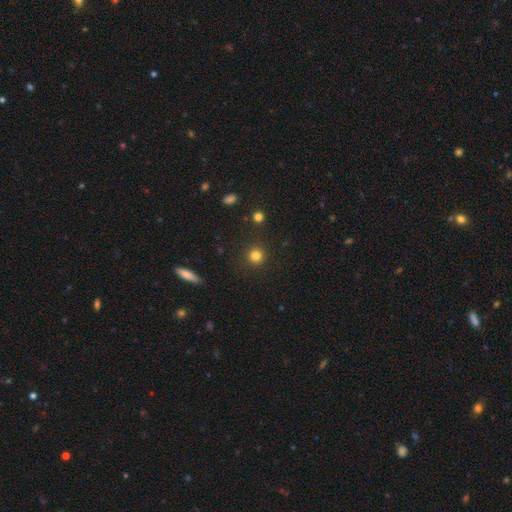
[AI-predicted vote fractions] Smooth or featured? smooth (82%)
How rounded? round (94%)
Merging? none (91%)